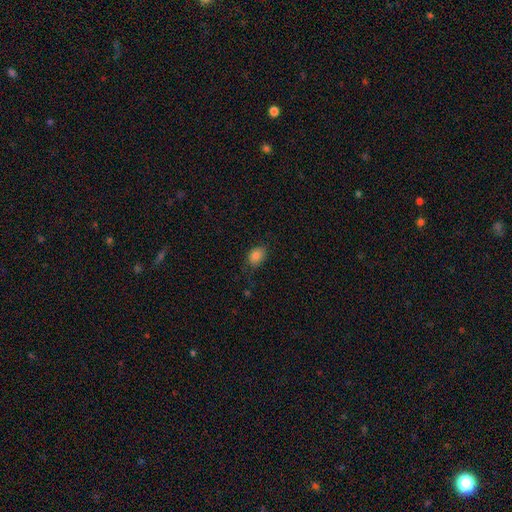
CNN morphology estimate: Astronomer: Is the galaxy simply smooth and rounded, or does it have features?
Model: smooth — 85%.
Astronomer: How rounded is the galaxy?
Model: in between — 72%.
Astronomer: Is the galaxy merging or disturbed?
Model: none — 72%.